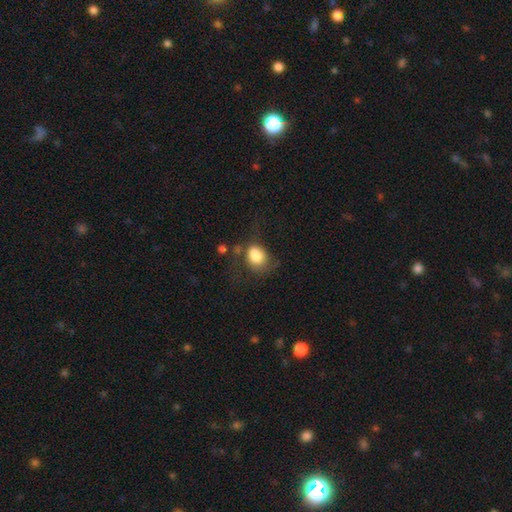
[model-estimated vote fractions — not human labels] The model was most divided on "how rounded": in between: 51%, round: 47%, cigar-shaped: 1%. Remaining: smooth or featured — smooth (79%); merging — none (38%).